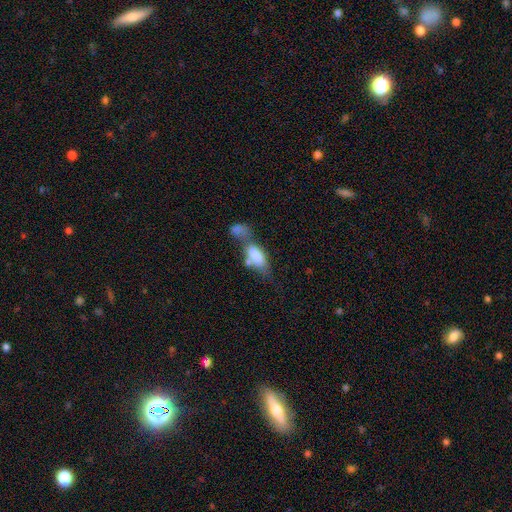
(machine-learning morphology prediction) Smooth or featured: smooth — 74% (featured or disk — 18%)
How rounded: in between — 84% (cigar-shaped — 13%)
Merging: merger — 55% (none — 21%)